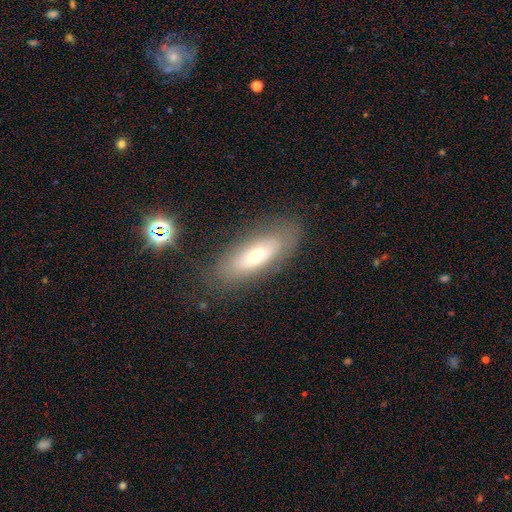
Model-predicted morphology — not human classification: A smooth galaxy with no disk features (52%) that is in between round and cigar-shaped (70%). Merging: none (76%).